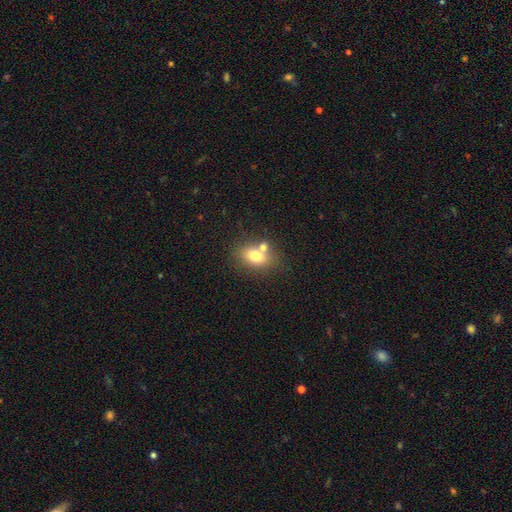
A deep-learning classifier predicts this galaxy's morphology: A smooth galaxy with no disk features (73%) that is in between round and cigar-shaped (69%). Merging: none (55%).